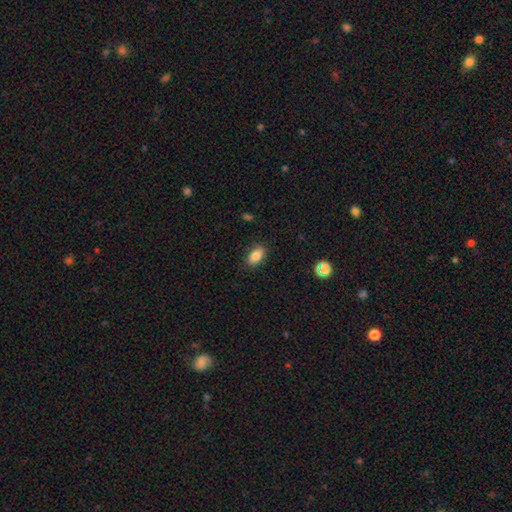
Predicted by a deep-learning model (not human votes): Smooth or featured? Predicted: smooth (p=0.85). How rounded? Predicted: in between (p=0.90). Merging? Predicted: none (p=0.85).